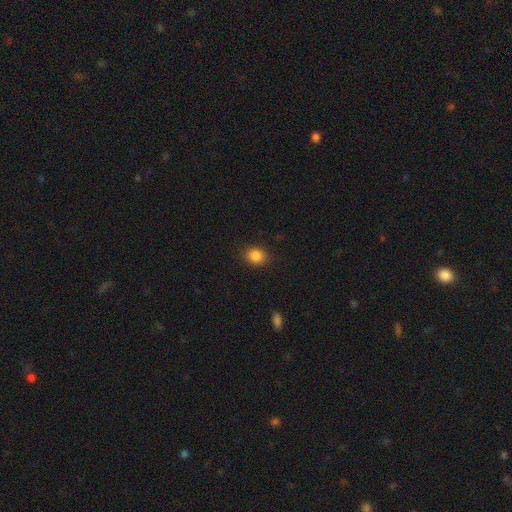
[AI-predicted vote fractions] Smooth or featured?
  - smooth: 85% *
  - star or artifact: 10%
  - featured or disk: 5%
How rounded?
  - round: 61% *
  - in between: 38%
  - cigar-shaped: 1%
Merging?
  - none: 88% *
  - minor disturbance: 9%
  - major disturbance: 3%
  - merger: 1%